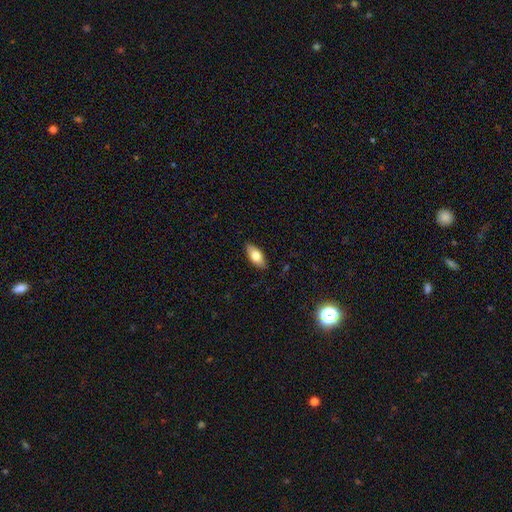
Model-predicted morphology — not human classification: Smooth or featured? smooth (75%)
How rounded? in between (86%)
Merging? none (87%)